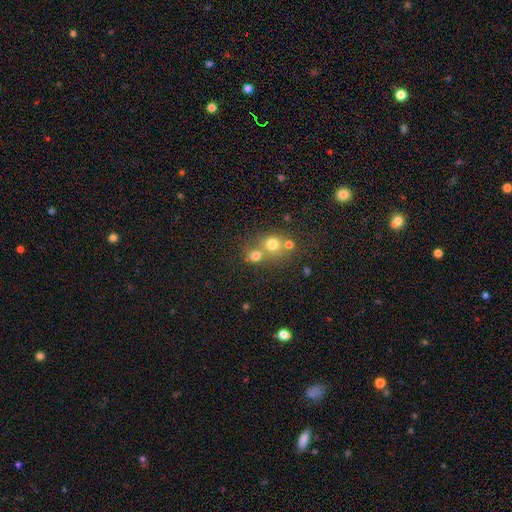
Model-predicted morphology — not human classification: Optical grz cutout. It shows a smooth galaxy with no disk features (71%) that is round (79%). Merging: none (45%).